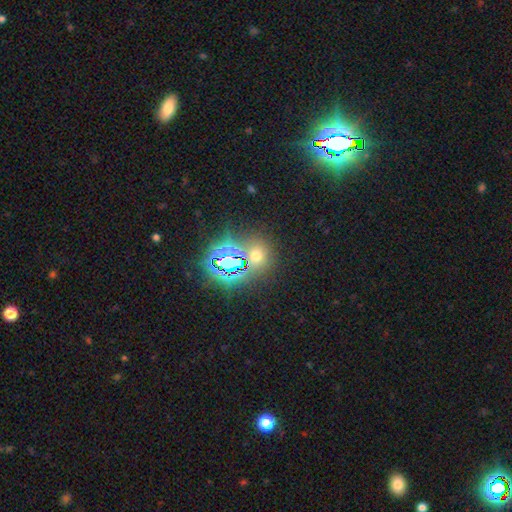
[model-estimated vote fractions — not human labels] smooth_or_featured: star or artifact (p=0.48) [alt: smooth p=0.44]